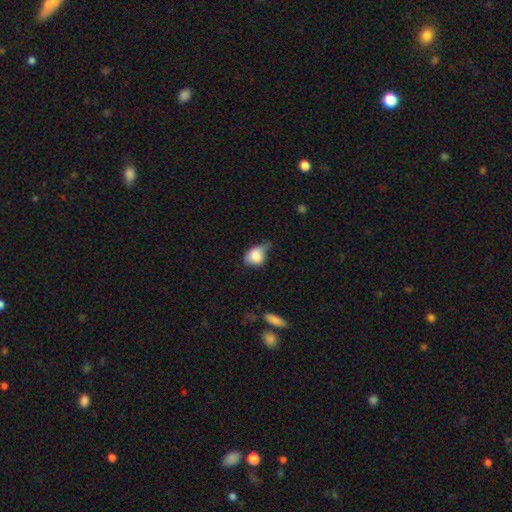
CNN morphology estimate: Smooth or featured? Predicted: smooth (p=0.77). How rounded? Predicted: in between (p=0.64). Merging? Predicted: minor disturbance (p=0.46).